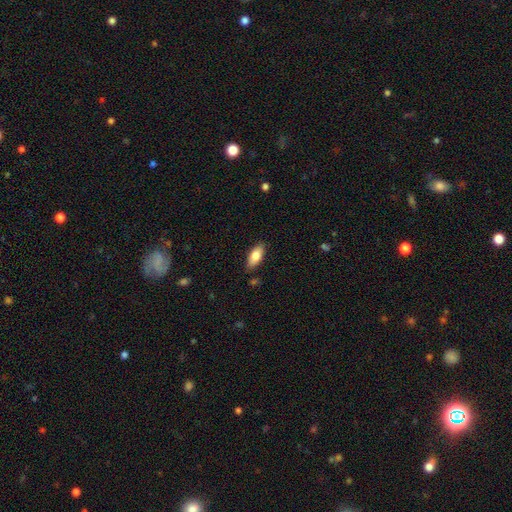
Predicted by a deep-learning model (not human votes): smooth-or-featured: smooth: 80% | featured or disk: 14% | star or artifact: 6%
  how-rounded: in between: 85% | cigar-shaped: 13% | round: 2%
  merging: none: 85% | minor disturbance: 11% | major disturbance: 2% | merger: 2%